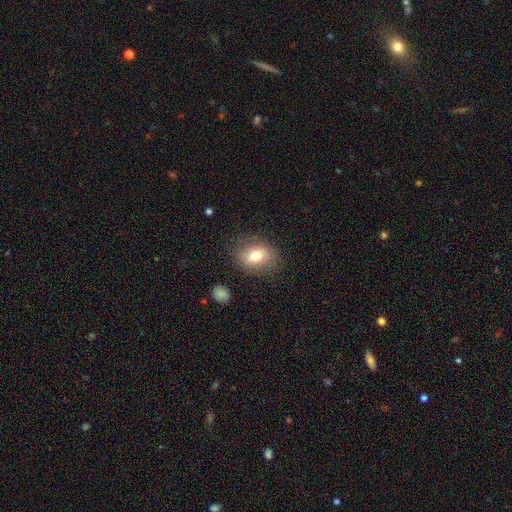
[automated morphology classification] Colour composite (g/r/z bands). It shows a smooth galaxy with no disk features (74%) that is in between round and cigar-shaped (63%). Merging: none (82%).